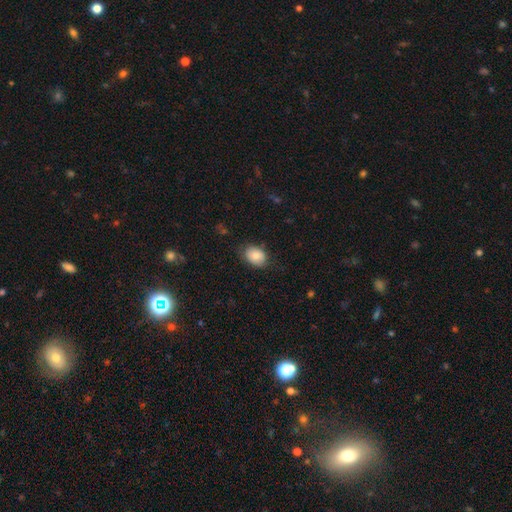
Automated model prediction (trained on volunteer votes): Smooth or featured?
  - smooth: 78% *
  - featured or disk: 14%
  - star or artifact: 8%
How rounded?
  - in between: 71% *
  - round: 28%
  - cigar-shaped: 1%
Merging?
  - none: 77% *
  - minor disturbance: 18%
  - major disturbance: 4%
  - merger: 1%